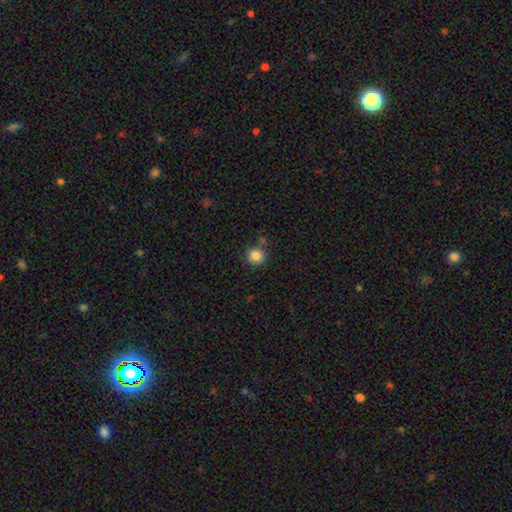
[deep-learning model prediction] The model was most divided on "merging": none: 81%, minor disturbance: 9%, merger: 7%, major disturbance: 3%. More confident: how rounded — round (92%); smooth or featured — smooth (86%).